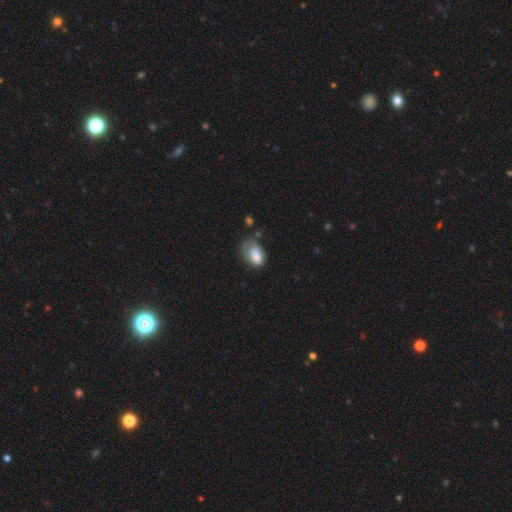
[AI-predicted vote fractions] Overall: smooth (61%; featured or disk 31%). How rounded: in between (85%). Merging: none (33%; major disturbance 31%).